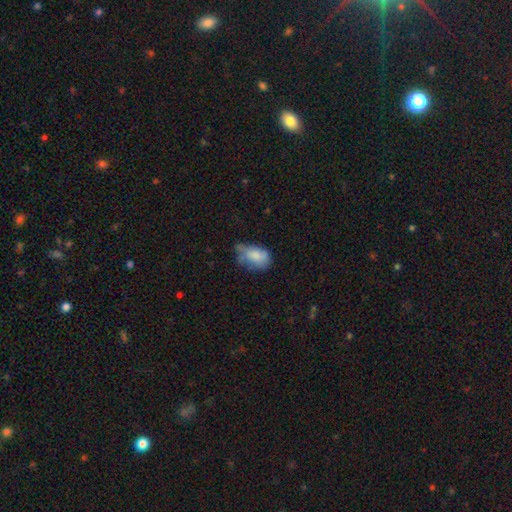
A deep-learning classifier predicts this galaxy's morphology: Smooth or featured: smooth — 73% (featured or disk — 18%)
How rounded: in between — 87% (round — 11%)
Merging: minor disturbance — 41% (none — 35%)